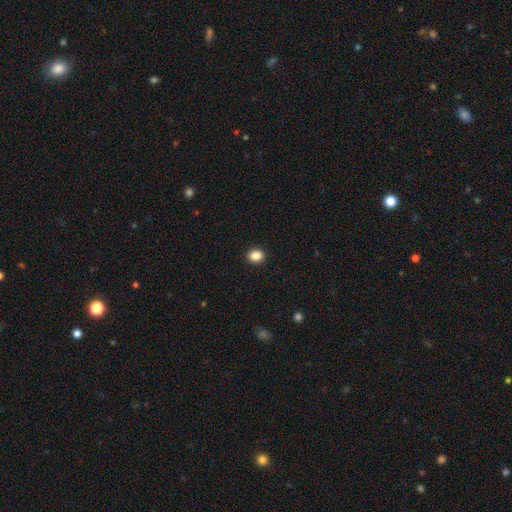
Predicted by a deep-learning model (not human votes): smooth-or-featured: smooth: 86% | star or artifact: 10% | featured or disk: 3%
  how-rounded: round: 54% | in between: 45% | cigar-shaped: 1%
  merging: none: 92% | minor disturbance: 6% | major disturbance: 2% | merger: 1%